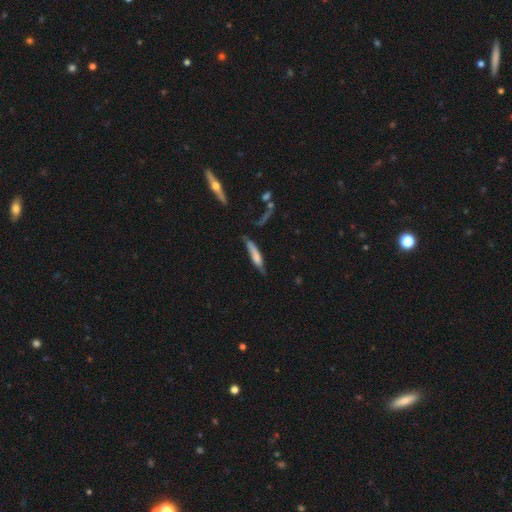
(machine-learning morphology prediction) smooth 66%, featured or disk 27%, star or artifact 7%. Down the decision tree: how rounded — cigar-shaped (82%); merging — none (51%).